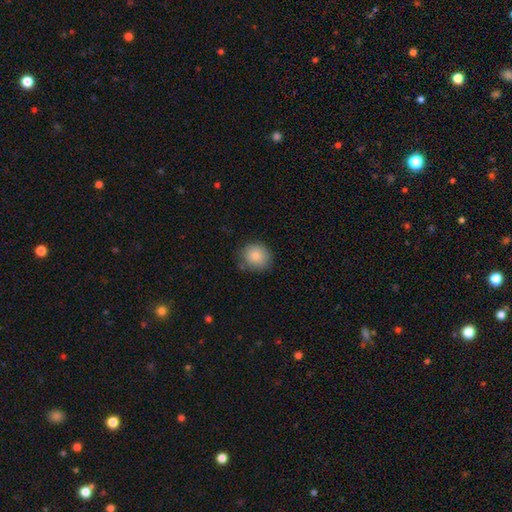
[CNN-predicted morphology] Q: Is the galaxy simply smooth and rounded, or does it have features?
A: smooth — 81%.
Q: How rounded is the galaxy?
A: round — 79%.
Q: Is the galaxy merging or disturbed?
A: none — 76%.